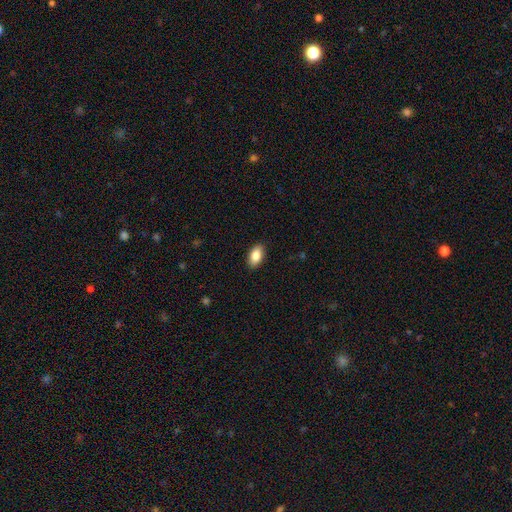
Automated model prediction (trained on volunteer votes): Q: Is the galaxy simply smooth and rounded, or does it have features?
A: smooth — 87%.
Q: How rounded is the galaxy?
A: in between — 93%.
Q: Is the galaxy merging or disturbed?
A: none — 89%.